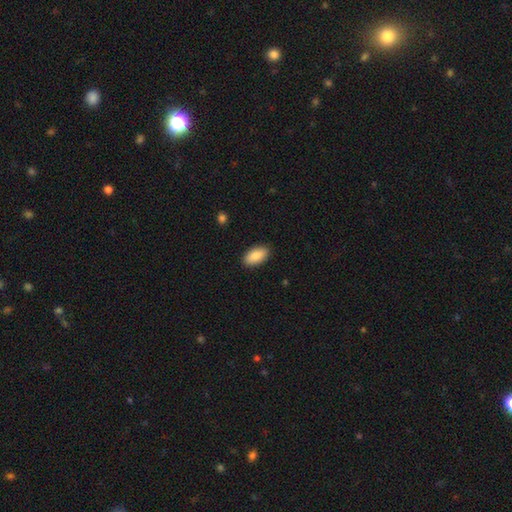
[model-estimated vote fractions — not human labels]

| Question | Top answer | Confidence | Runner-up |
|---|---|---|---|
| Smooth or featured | smooth | 87% | featured or disk (7%) |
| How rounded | in between | 93% | cigar-shaped (5%) |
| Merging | none | 89% | minor disturbance (8%) |